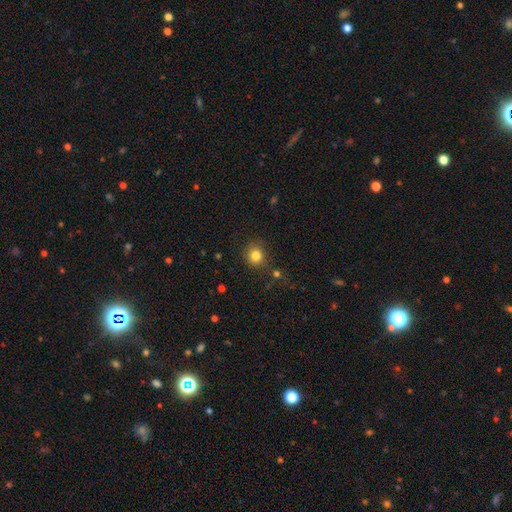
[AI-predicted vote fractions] This appears to be a smooth galaxy with no disk features (82%) that is round (88%). Merging: none (80%).